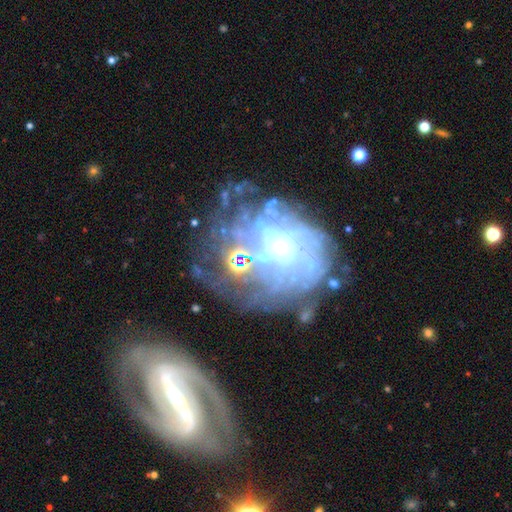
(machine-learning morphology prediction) Overall: featured or disk (77%). Edge-on disk: no (96%). Bar: no (56%; weak 29%). Spiral arms: yes (79%). Spiral arm count: can't tell (49%; more than 4 13%). Spiral winding: tight (52%; medium 30%). Bulge size: small (62%; moderate 22%). Merging: none (46%; merger 20%).